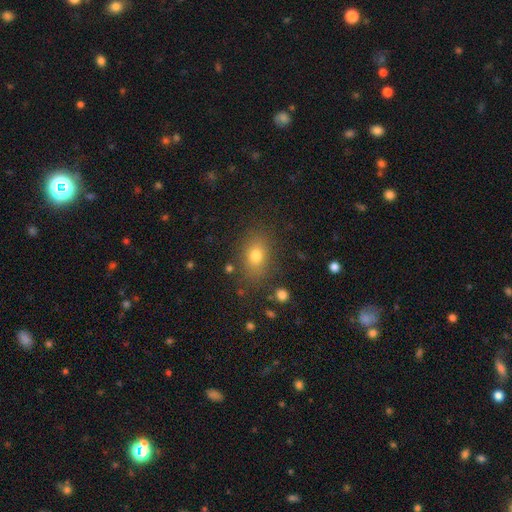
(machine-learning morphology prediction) type=smooth (76%); roundness=in between (73%); merging=none (82%).